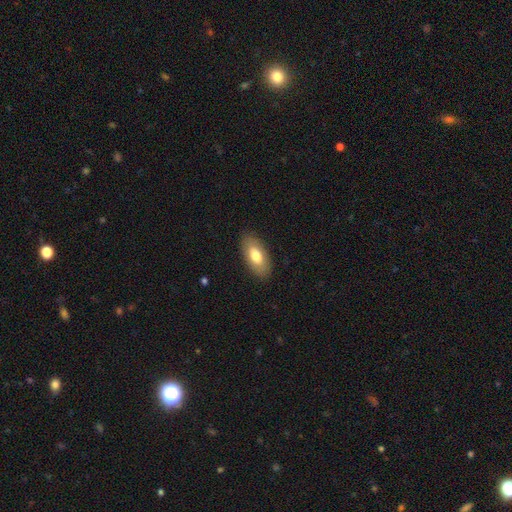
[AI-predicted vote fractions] A smooth galaxy with no disk features (74%) that is in between round and cigar-shaped (91%). Merging: none (87%).